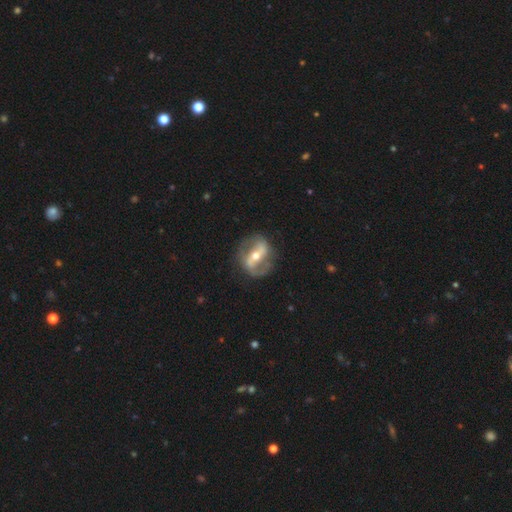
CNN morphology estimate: A featured or disk galaxy (82%) with a strong bar (57%), 2 (87%) medium (45%) spiral arms (82%) and a moderate central bulge (64%).

Vote fractions:
- Smooth or featured? featured or disk: 82% / smooth: 13% / star or artifact: 5%
- Edge-on disk? no: 94% / yes: 6%
- Bar? strong: 57% / weak: 27% / no: 16%
- Spiral arms? yes: 82% / no: 18%
- Spiral winding? medium: 45% / loose: 33% / tight: 22%
- Spiral arm count? 2: 87% / can't tell: 6% / 1: 4% / 3: 1% / 4: 1% / more than 4: 1%
- Bulge size? moderate: 64% / small: 31% / large: 4% / none: 1% / dominant: 1%
- Merging? none: 76% / minor disturbance: 14% / major disturbance: 8% / merger: 2%